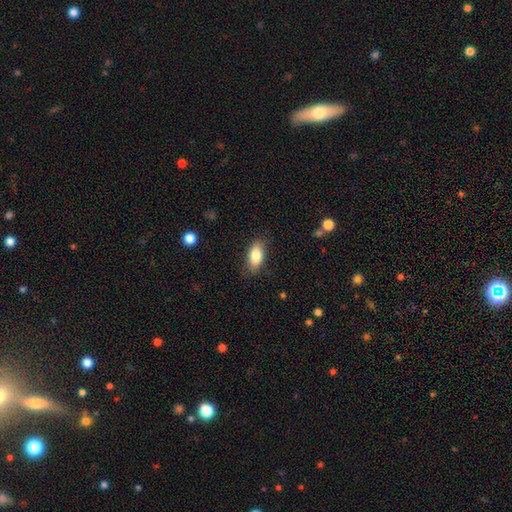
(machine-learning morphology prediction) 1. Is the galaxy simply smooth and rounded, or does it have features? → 82% smooth, 11% featured or disk, 7% star or artifact.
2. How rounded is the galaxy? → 87% in between, 9% cigar-shaped, 4% round.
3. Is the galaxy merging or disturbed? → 84% none, 12% minor disturbance, 3% major disturbance, 1% merger.